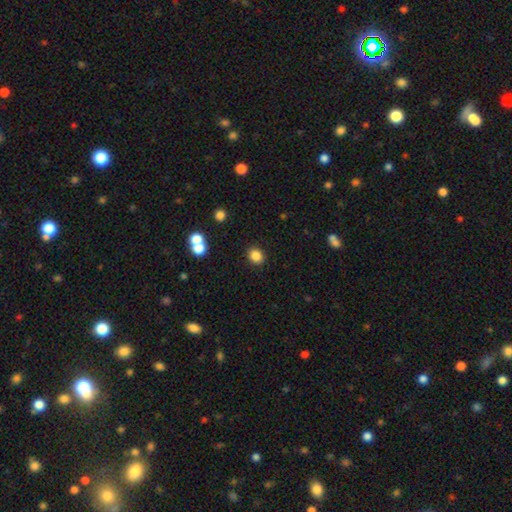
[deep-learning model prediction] This is clearly a smooth galaxy (83%). How rounded: likely round (67%). Merging: clearly none (88%).